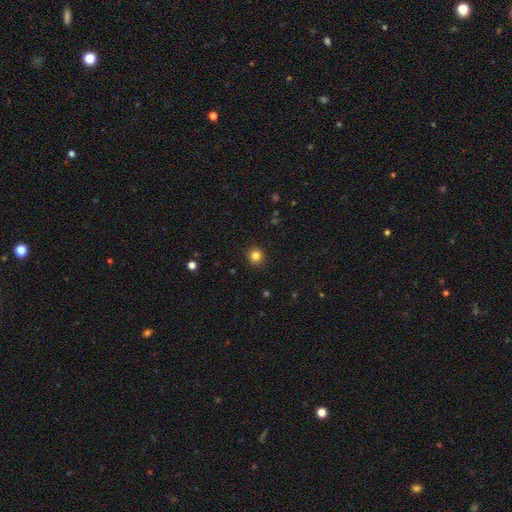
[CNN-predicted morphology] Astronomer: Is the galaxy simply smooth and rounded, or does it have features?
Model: smooth — 83%.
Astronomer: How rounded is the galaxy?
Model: round — 93%.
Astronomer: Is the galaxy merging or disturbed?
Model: none — 91%.